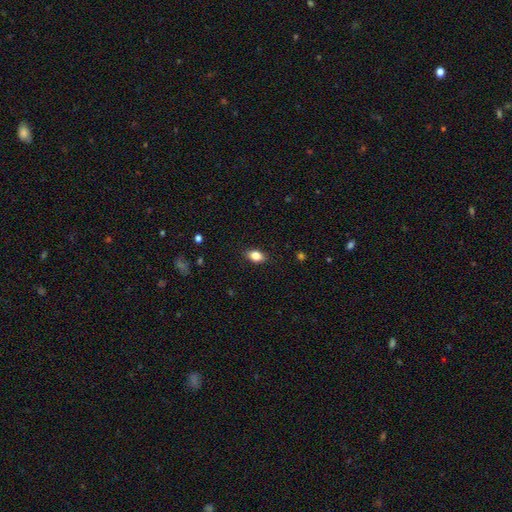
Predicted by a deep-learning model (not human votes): A smooth galaxy with no disk features (84%) that is in between round and cigar-shaped (82%). Merging: none (87%).